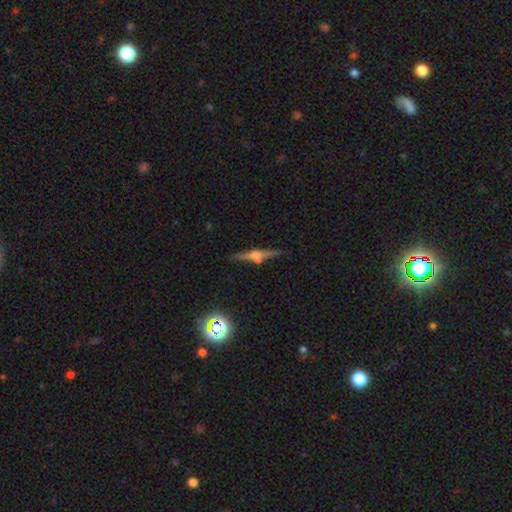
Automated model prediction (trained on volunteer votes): Smooth or featured? Predicted: featured or disk (p=0.63). Edge-on disk? Predicted: yes (p=0.95). Edge-on bulge? Predicted: rounded (p=0.77). Merging? Predicted: none (p=0.77).